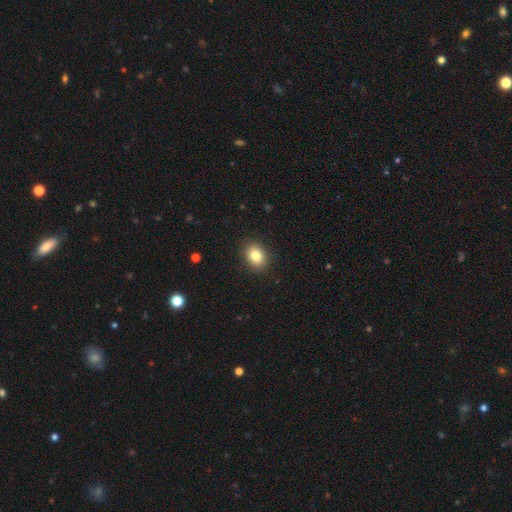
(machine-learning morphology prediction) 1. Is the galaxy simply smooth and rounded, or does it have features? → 83% smooth, 10% star or artifact, 7% featured or disk.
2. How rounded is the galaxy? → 64% in between, 35% round, 1% cigar-shaped.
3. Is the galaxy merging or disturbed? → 89% none, 8% minor disturbance, 2% major disturbance, 1% merger.